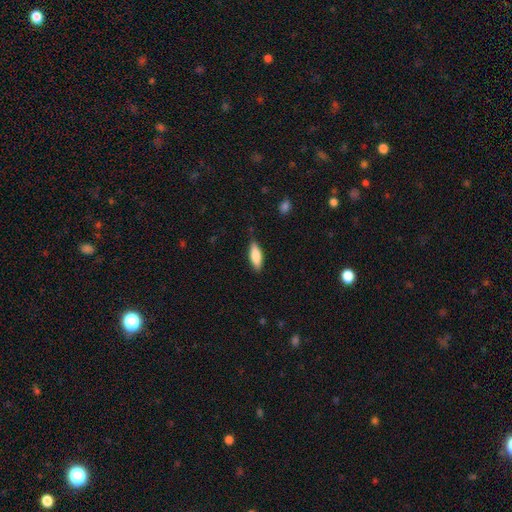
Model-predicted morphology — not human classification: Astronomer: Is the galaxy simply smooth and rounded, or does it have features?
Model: smooth — 81%.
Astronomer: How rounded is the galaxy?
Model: in between — 64%.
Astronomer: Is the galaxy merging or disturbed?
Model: none — 81%.